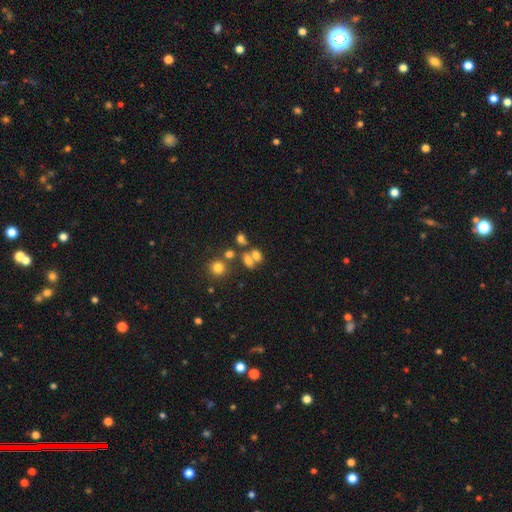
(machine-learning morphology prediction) This appears to be a smooth galaxy with no disk features (66%) that is in between round and cigar-shaped (71%). Merging: merger (46%).